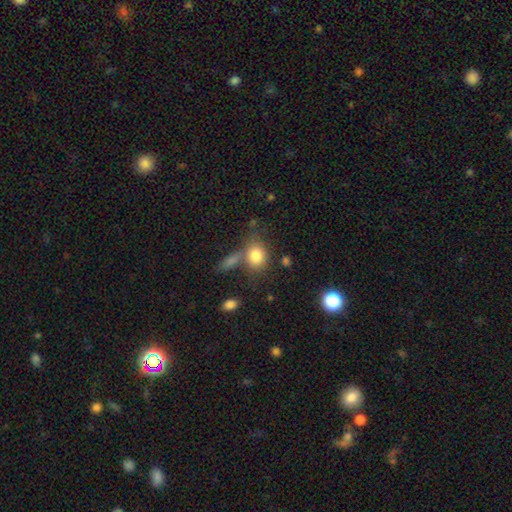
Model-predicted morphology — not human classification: Smooth or featured?
  - smooth: 81% *
  - featured or disk: 10%
  - star or artifact: 9%
How rounded?
  - round: 50% *
  - in between: 48%
  - cigar-shaped: 2%
Merging?
  - none: 52% *
  - merger: 25%
  - minor disturbance: 15%
  - major disturbance: 8%